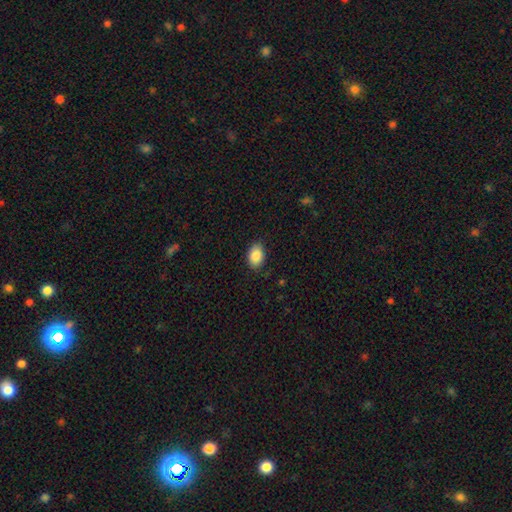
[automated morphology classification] smooth-or-featured: smooth: 88% | star or artifact: 7% | featured or disk: 4%
  how-rounded: in between: 85% | round: 14% | cigar-shaped: 1%
  merging: none: 84% | minor disturbance: 13% | major disturbance: 3% | merger: 1%